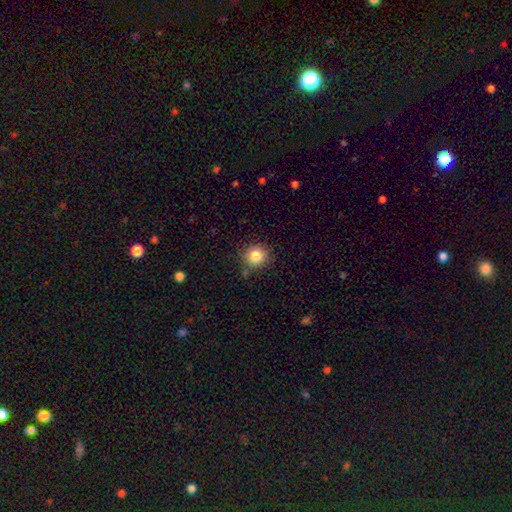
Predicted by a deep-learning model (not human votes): This appears to be a smooth galaxy with no disk features (84%) that is round (89%). Merging: none (83%).